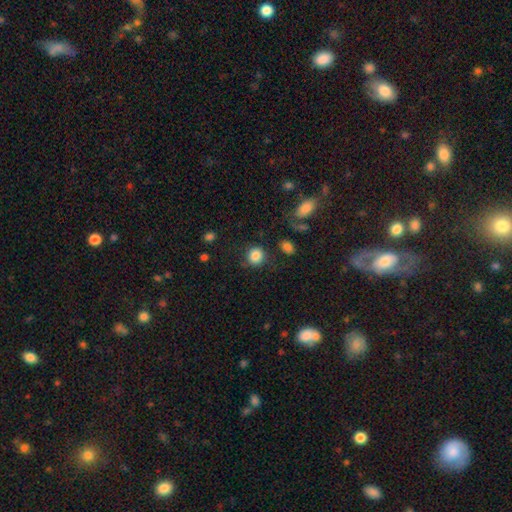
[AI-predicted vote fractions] Smooth or featured? Predicted: smooth (p=0.85). How rounded? Predicted: round (p=0.83). Merging? Predicted: none (p=0.77).